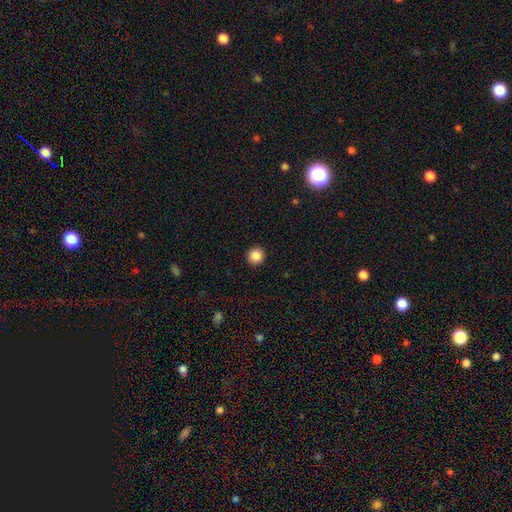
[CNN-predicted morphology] Smooth or featured? smooth (87%)
How rounded? round (95%)
Merging? none (93%)